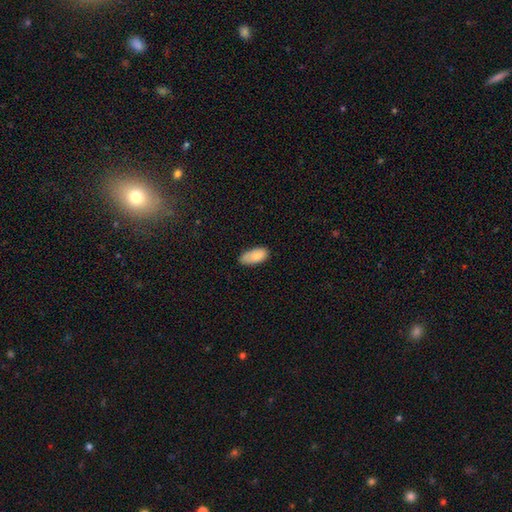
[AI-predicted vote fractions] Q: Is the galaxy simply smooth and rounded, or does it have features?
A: smooth — 85%.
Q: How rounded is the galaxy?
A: in between — 93%.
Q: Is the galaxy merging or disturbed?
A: none — 73%.